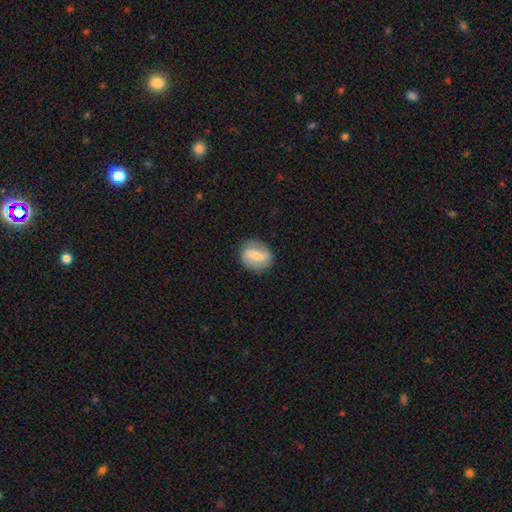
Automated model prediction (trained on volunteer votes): The model was most divided on "smooth or featured": featured or disk: 49%, smooth: 44%, star or artifact: 7%. More confident: merging — none (83%).